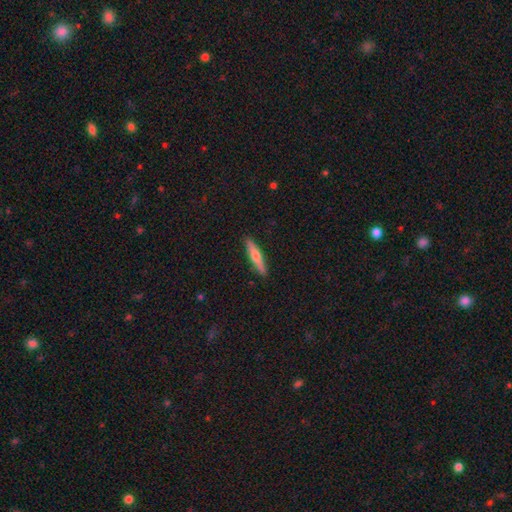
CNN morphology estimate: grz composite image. It shows a smooth galaxy with no disk features (54%) that is cigar-shaped (87%). Merging: none (91%).